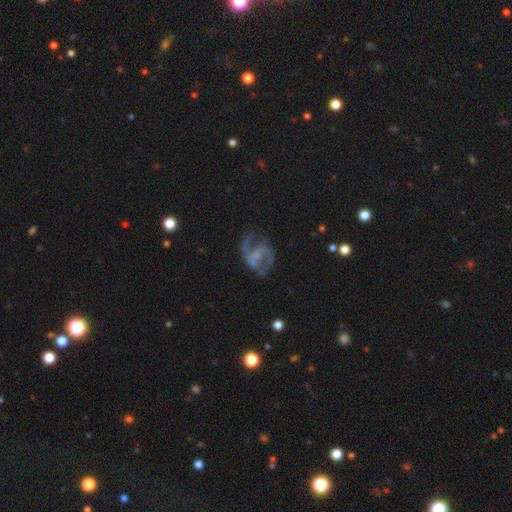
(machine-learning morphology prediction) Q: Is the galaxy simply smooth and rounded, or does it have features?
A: featured or disk — 82%.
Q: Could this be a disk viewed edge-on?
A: no — 98%.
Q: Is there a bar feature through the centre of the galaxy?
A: weak — 42%.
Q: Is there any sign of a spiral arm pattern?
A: yes — 91%.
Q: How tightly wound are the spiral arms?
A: medium — 48%.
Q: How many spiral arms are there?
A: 2 — 84%.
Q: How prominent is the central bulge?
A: none — 64%.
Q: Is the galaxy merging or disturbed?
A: none — 61%.